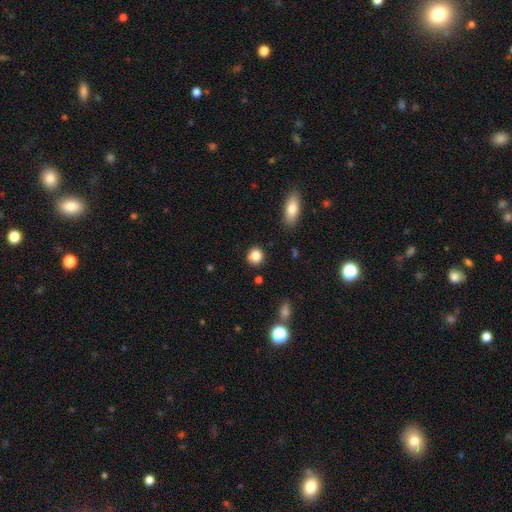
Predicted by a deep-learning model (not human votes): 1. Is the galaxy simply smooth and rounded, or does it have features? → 85% smooth, 10% star or artifact, 5% featured or disk.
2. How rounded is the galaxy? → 85% round, 14% in between, 1% cigar-shaped.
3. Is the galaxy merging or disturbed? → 86% none, 9% minor disturbance, 2% major disturbance, 2% merger.